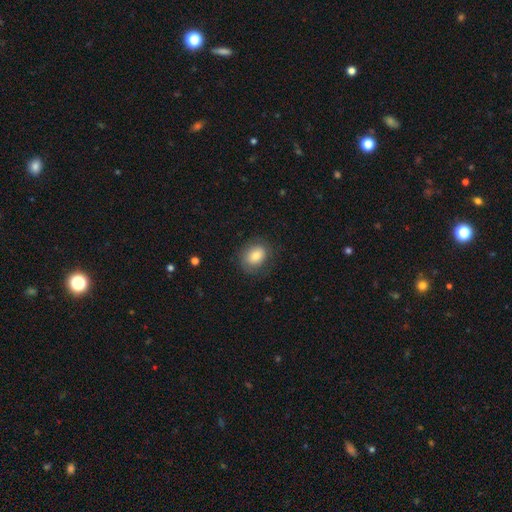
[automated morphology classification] Smooth or featured?
  - smooth: 79% *
  - featured or disk: 12%
  - star or artifact: 8%
How rounded?
  - in between: 53% *
  - round: 46%
  - cigar-shaped: 1%
Merging?
  - none: 78% *
  - minor disturbance: 15%
  - major disturbance: 6%
  - merger: 1%